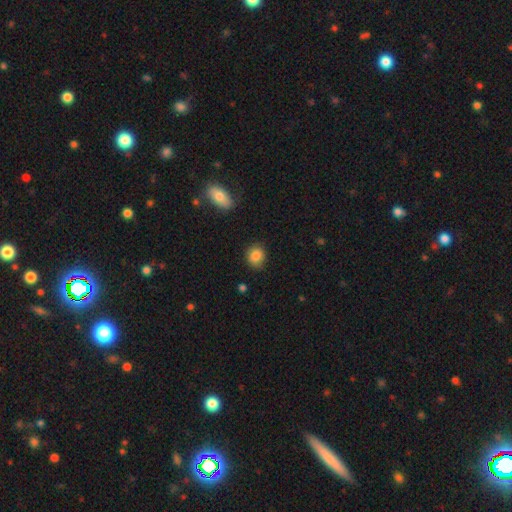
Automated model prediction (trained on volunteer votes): smooth-or-featured: smooth: 86% | star or artifact: 9% | featured or disk: 5%
  how-rounded: round: 79% | in between: 20% | cigar-shaped: 1%
  merging: none: 84% | minor disturbance: 12% | major disturbance: 3% | merger: 2%